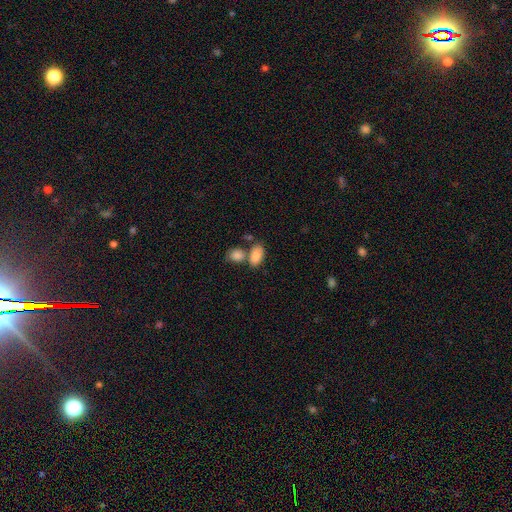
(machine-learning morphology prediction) A smooth galaxy with no disk features (85%) that is in between round and cigar-shaped (90%). Merging: none (42%).